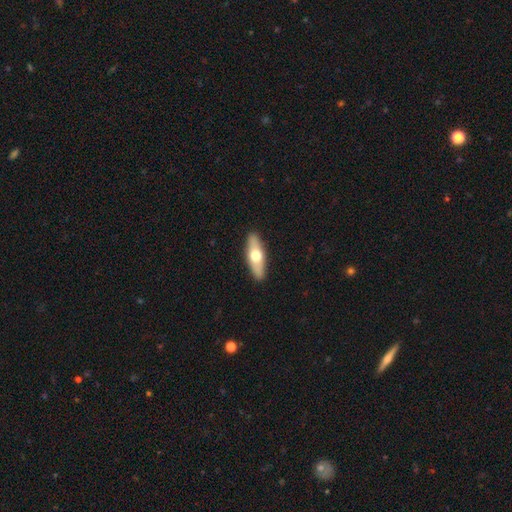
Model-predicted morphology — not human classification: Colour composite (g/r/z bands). It shows a smooth galaxy with no disk features (54%) that is in between round and cigar-shaped (53%). Merging: none (90%).